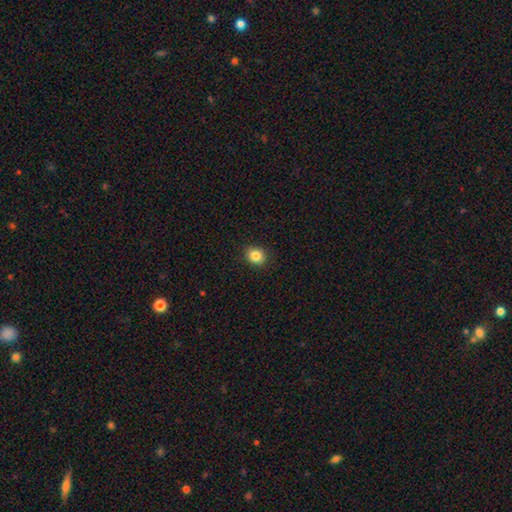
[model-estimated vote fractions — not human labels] Morphology: type=smooth (84%); roundness=round (73%); merging=none (90%).